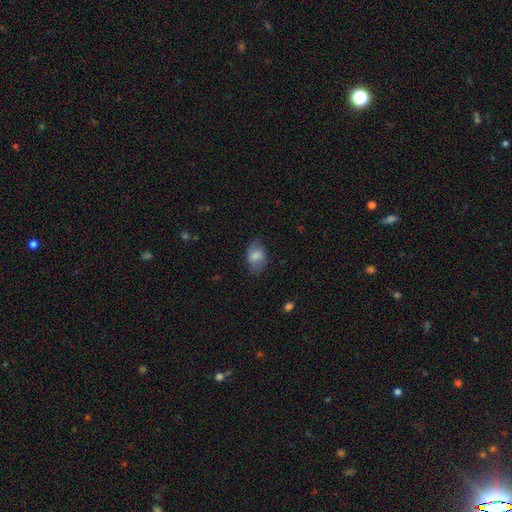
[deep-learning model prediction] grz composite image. It shows a smooth galaxy with no disk features (73%) that is in between round and cigar-shaped (85%). Merging: none (70%).